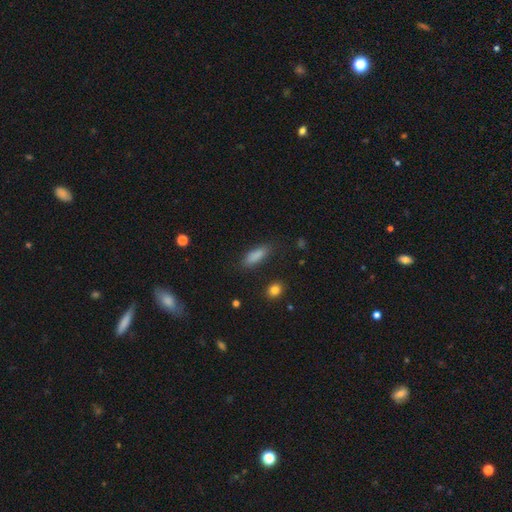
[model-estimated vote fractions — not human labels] smooth_or_featured: smooth (p=0.85) [alt: star or artifact p=0.08]
how_rounded: in between (p=0.55) [alt: cigar-shaped p=0.42]
merging: none (p=0.82) [alt: minor disturbance p=0.13]